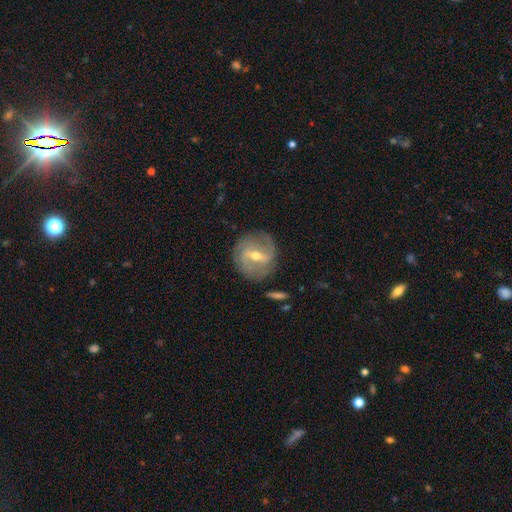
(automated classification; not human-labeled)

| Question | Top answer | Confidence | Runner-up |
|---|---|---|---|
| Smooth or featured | featured or disk | 77% | smooth (17%) |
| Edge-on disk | no | 95% | yes (5%) |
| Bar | weak | 45% | strong (42%) |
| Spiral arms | yes | 81% | no (19%) |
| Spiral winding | medium | 40% | tight (35%) |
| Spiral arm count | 2 | 60% | can't tell (21%) |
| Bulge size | moderate | 61% | small (36%) |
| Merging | none | 78% | minor disturbance (14%) |